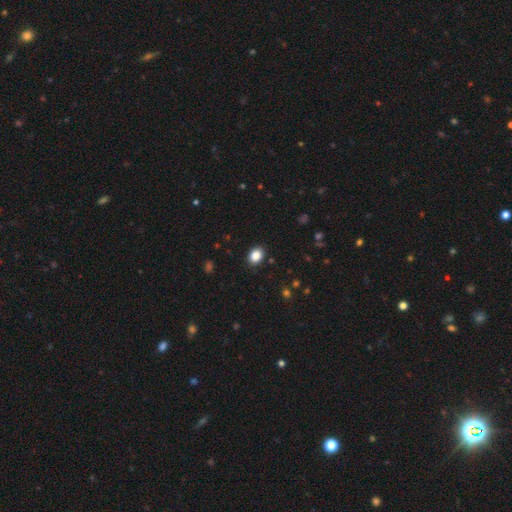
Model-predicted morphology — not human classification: Smooth or featured? Predicted: smooth (p=0.86). How rounded? Predicted: in between (p=0.67). Merging? Predicted: none (p=0.89).